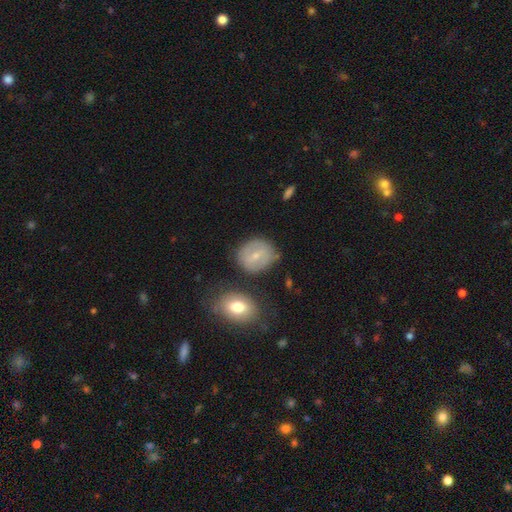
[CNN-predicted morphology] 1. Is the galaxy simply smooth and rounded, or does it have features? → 53% smooth, 39% featured or disk, 8% star or artifact.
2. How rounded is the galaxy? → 67% round, 32% in between, 1% cigar-shaped.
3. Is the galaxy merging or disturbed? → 72% none, 17% minor disturbance, 6% merger, 5% major disturbance.